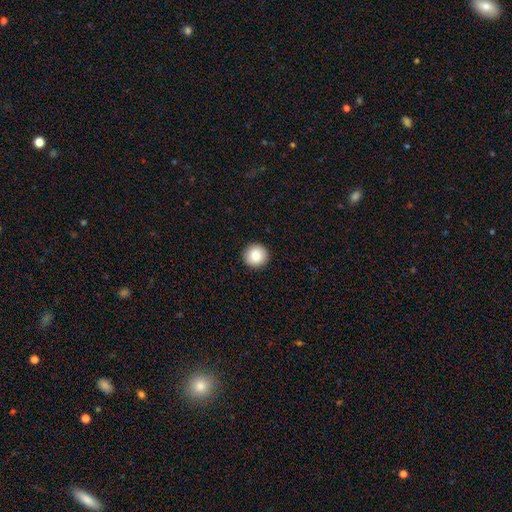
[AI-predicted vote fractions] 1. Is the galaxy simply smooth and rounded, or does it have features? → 83% smooth, 9% star or artifact, 8% featured or disk.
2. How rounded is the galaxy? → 95% round, 5% in between, 1% cigar-shaped.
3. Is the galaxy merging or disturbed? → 93% none, 5% minor disturbance, 1% major disturbance, 1% merger.